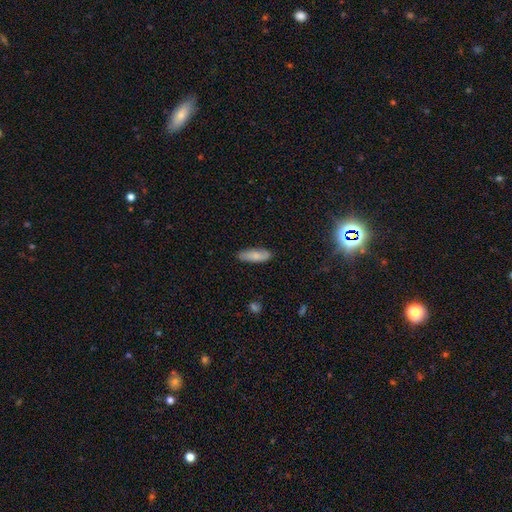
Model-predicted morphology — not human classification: This appears to be a smooth galaxy with no disk features (80%) that is in between round and cigar-shaped (60%). Merging: none (84%).